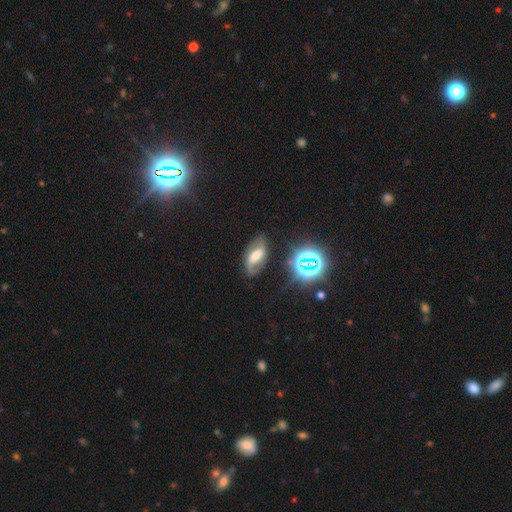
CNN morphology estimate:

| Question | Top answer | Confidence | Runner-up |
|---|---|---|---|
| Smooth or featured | featured or disk | 60% | smooth (23%) |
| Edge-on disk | no | 92% | yes (8%) |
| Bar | strong | 42% | weak (38%) |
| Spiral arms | yes | 85% | no (15%) |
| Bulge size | moderate | 45% | large (21%) |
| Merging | none | 70% | minor disturbance (19%) |